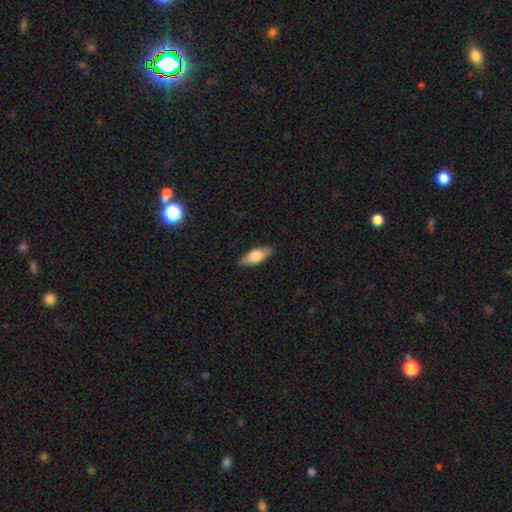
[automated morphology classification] smooth_or_featured: smooth (p=0.76) [alt: featured or disk p=0.19]
how_rounded: in between (p=0.74) [alt: cigar-shaped p=0.23]
merging: none (p=0.87) [alt: minor disturbance p=0.10]